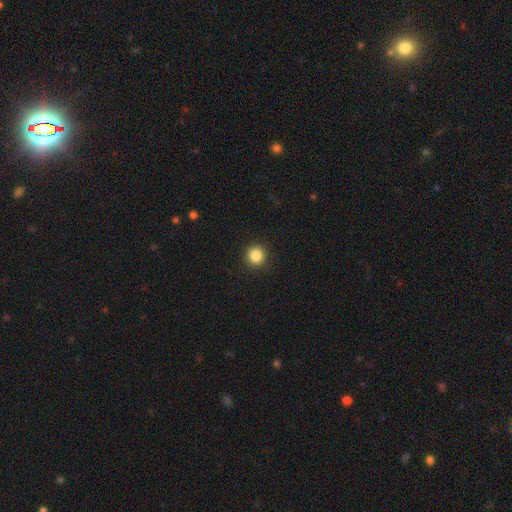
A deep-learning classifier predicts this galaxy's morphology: smooth 85%, star or artifact 11%, featured or disk 4%. Down the decision tree: how rounded — round (94%); merging — none (92%).